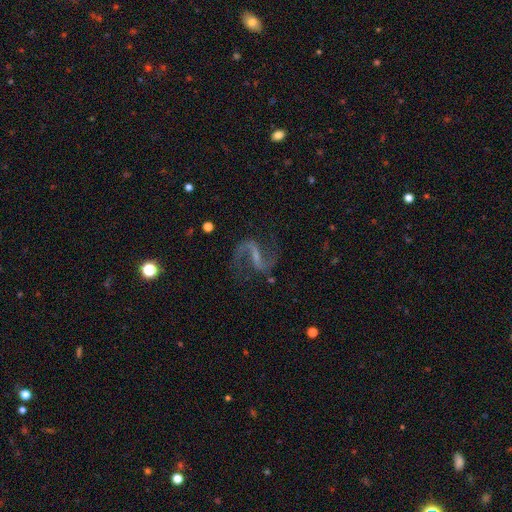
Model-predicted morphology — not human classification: Smooth or featured? Predicted: featured or disk (p=0.90). Edge-on disk? Predicted: no (p=0.97). Bar? Predicted: strong (p=0.50). Spiral arms? Predicted: yes (p=0.97). Spiral winding? Predicted: loose (p=0.55). Spiral arm count? Predicted: 2 (p=0.94). Bulge size? Predicted: small (p=0.51). Merging? Predicted: none (p=0.79).